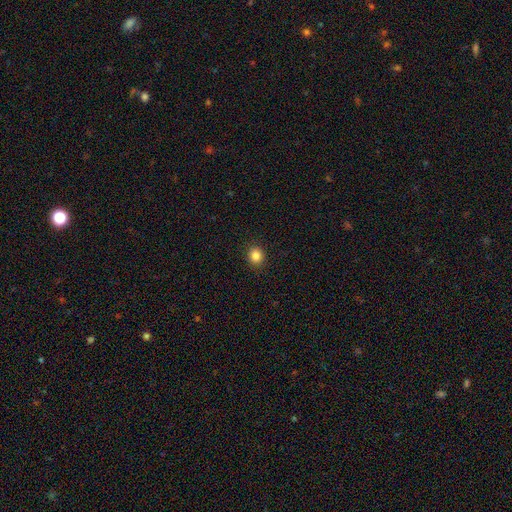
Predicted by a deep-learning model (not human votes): A smooth galaxy with no disk features (85%) that is round (77%). Merging: none (91%).